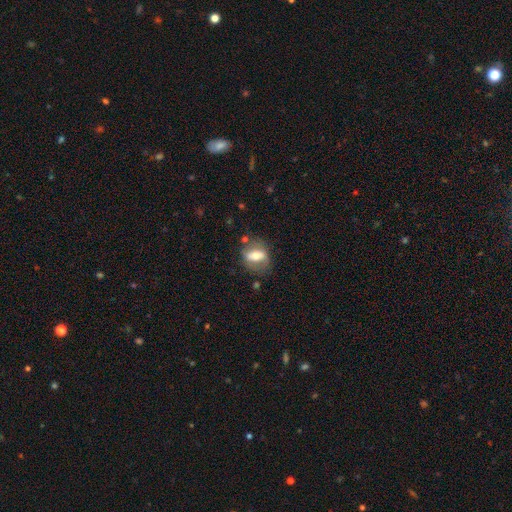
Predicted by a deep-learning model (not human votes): This is possibly a smooth galaxy (47%). Merging: likely none (67%).